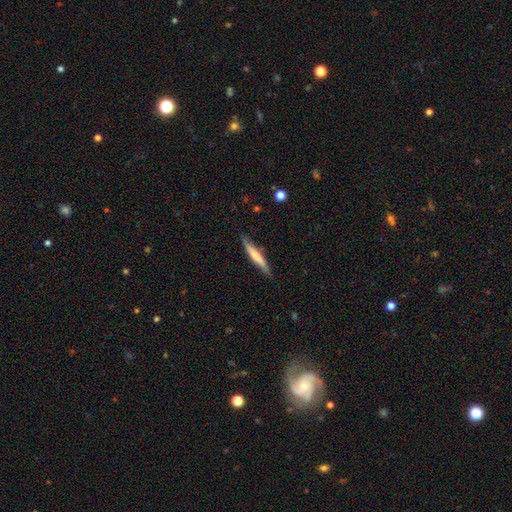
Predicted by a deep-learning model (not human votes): smooth-or-featured: smooth: 54% | featured or disk: 41% | star or artifact: 5%
  how-rounded: cigar-shaped: 93% | in between: 5% | round: 1%
  merging: none: 82% | minor disturbance: 14% | major disturbance: 2% | merger: 2%